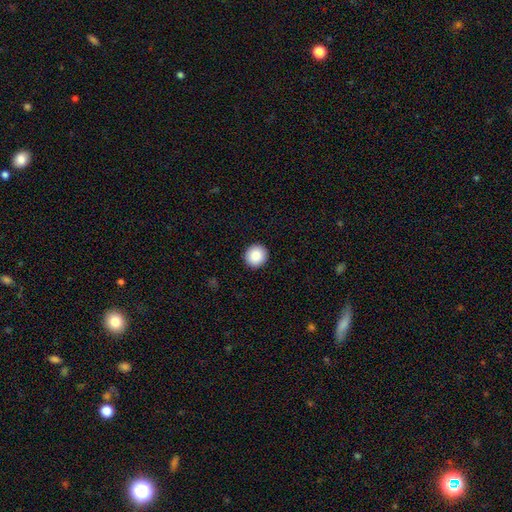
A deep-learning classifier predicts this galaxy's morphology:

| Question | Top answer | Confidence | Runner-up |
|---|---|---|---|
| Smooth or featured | smooth | 89% | star or artifact (8%) |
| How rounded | round | 94% | in between (5%) |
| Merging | none | 93% | minor disturbance (5%) |